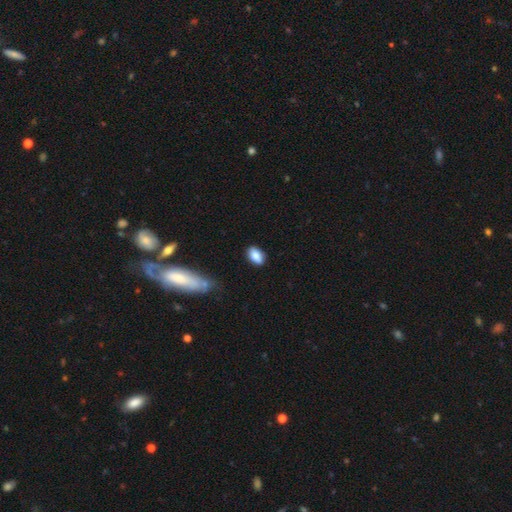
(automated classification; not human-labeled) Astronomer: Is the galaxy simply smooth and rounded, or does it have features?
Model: smooth — 83%.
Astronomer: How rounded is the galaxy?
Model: in between — 89%.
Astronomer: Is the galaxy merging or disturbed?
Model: none — 82%.